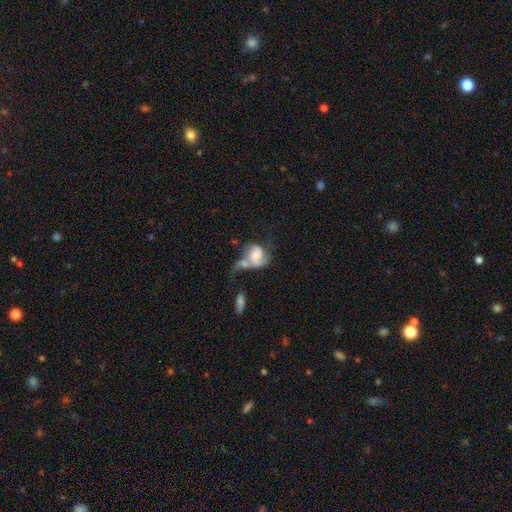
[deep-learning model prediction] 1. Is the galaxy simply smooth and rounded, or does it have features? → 59% featured or disk, 34% smooth, 7% star or artifact.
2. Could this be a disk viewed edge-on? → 97% no, 3% yes.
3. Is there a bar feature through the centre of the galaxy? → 64% no, 30% weak, 7% strong.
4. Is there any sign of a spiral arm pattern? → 82% yes, 18% no.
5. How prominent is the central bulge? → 48% moderate, 24% small, 16% large, 9% none, 3% dominant.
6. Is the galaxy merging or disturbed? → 49% merger, 19% major disturbance, 18% none, 13% minor disturbance.